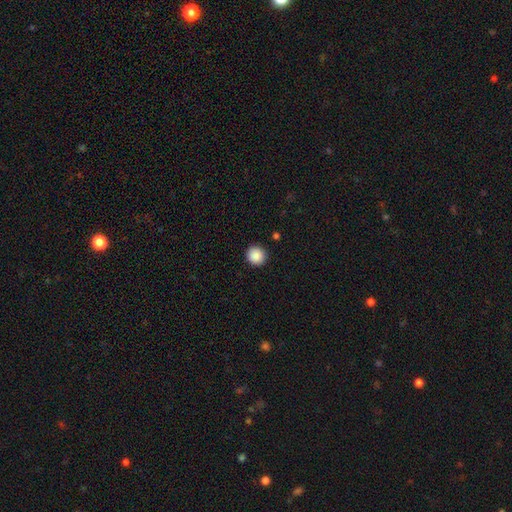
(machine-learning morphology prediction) This is clearly a smooth galaxy (89%). How rounded: clearly round (93%). Merging: clearly none (92%).